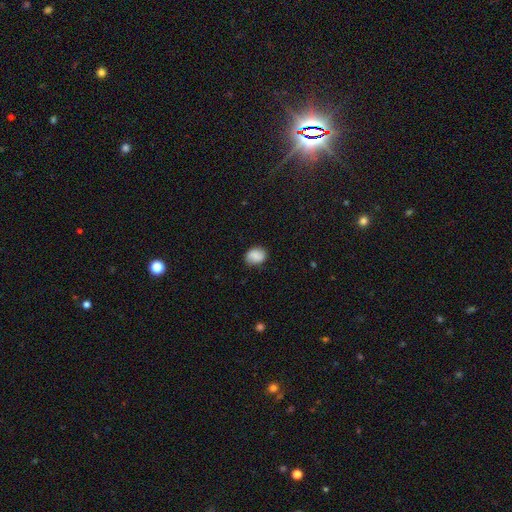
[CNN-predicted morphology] Overall: smooth (82%). How rounded: in between (53%; round 46%). Merging: none (73%).